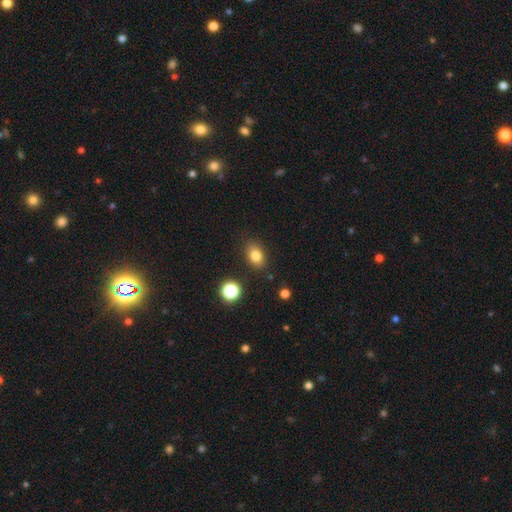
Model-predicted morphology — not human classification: A smooth galaxy with no disk features (80%) that is in between round and cigar-shaped (74%).

Vote fractions:
- Smooth or featured? smooth: 80% / star or artifact: 12% / featured or disk: 8%
- How rounded? in between: 74% / round: 25% / cigar-shaped: 1%
- Merging? none: 84% / minor disturbance: 11% / major disturbance: 3% / merger: 2%